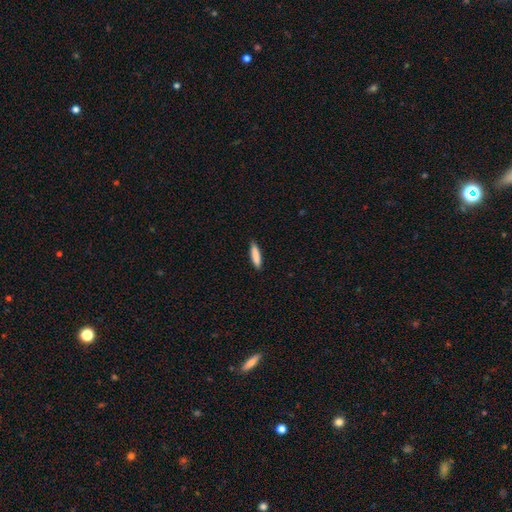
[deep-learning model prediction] A smooth galaxy with no disk features (86%) that is cigar-shaped (81%). Merging: none (88%).